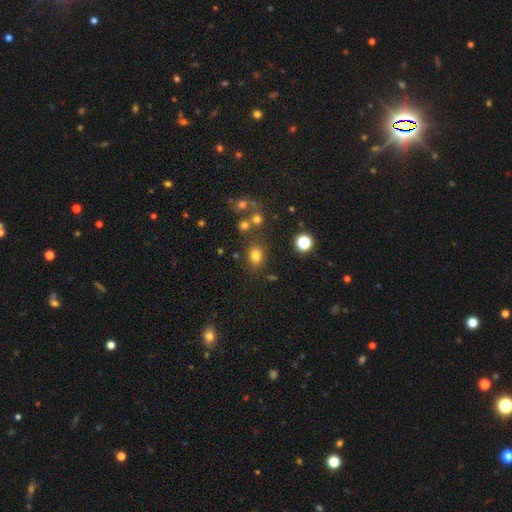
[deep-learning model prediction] This is likely a smooth galaxy (77%). How rounded: possibly round (54%). Merging: likely none (78%).